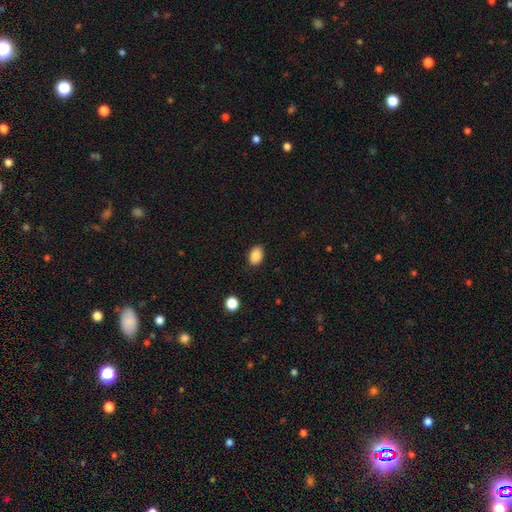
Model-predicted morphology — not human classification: This is clearly a smooth galaxy (88%). How rounded: clearly in between (83%). Merging: clearly none (87%).